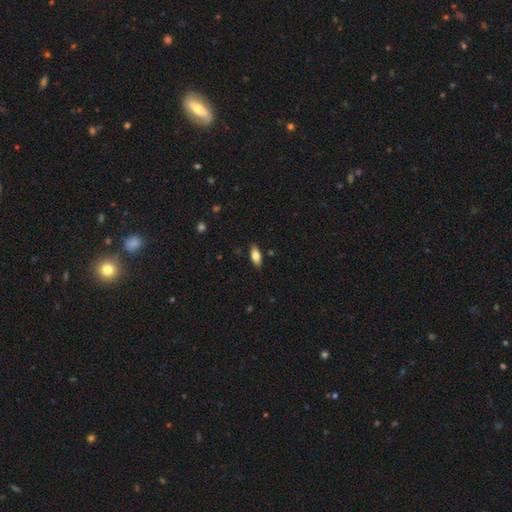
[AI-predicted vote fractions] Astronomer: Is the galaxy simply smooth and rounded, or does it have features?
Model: smooth — 79%.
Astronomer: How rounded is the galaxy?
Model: in between — 85%.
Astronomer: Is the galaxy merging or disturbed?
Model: none — 86%.